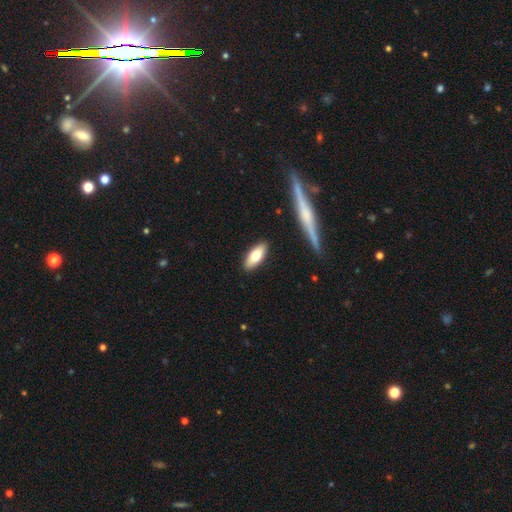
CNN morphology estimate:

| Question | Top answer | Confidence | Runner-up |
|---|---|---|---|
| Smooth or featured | smooth | 71% | featured or disk (23%) |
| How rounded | in between | 77% | cigar-shaped (20%) |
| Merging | none | 88% | minor disturbance (8%) |